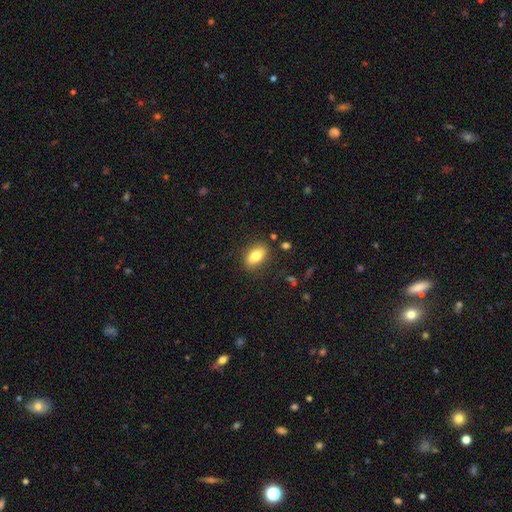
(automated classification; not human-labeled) Q: Smooth or featured?
A: smooth (78%); runner-up: featured or disk (14%)
Q: How rounded?
A: in between (85%); runner-up: cigar-shaped (8%)
Q: Merging?
A: none (84%); runner-up: minor disturbance (11%)